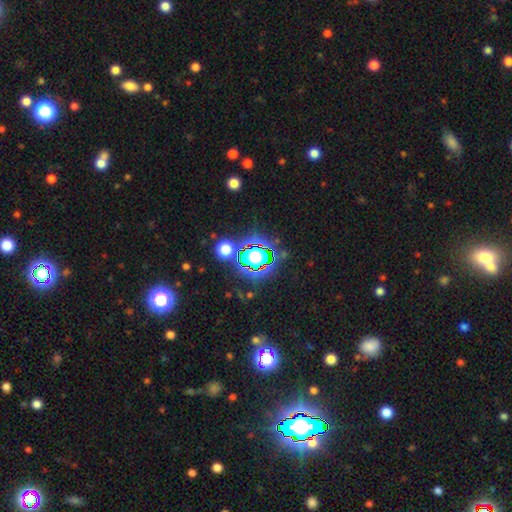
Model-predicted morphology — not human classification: This appears to be a star or artifact, not a galaxy (82%).